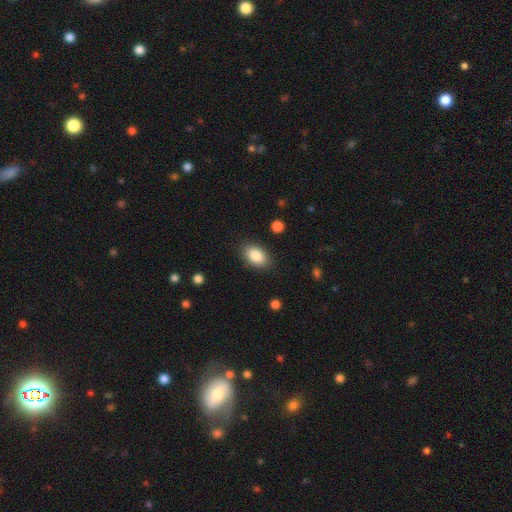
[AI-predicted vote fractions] Smooth or featured?
  - smooth: 86% *
  - star or artifact: 7%
  - featured or disk: 7%
How rounded?
  - in between: 90% *
  - round: 9%
  - cigar-shaped: 1%
Merging?
  - none: 87% *
  - minor disturbance: 9%
  - major disturbance: 3%
  - merger: 1%